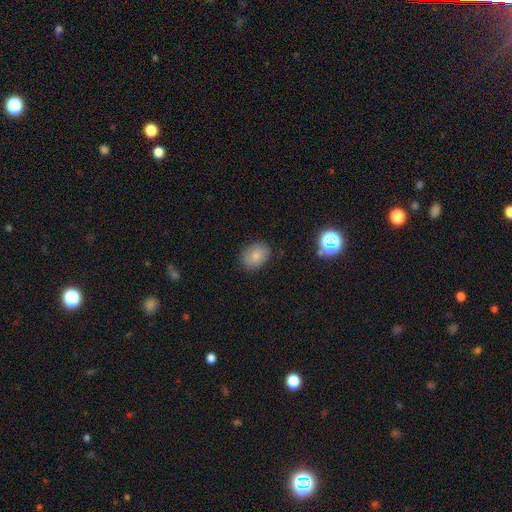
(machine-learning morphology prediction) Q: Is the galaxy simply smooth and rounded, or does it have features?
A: smooth — 77%.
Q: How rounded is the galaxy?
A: in between — 58%.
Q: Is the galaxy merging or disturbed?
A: none — 81%.